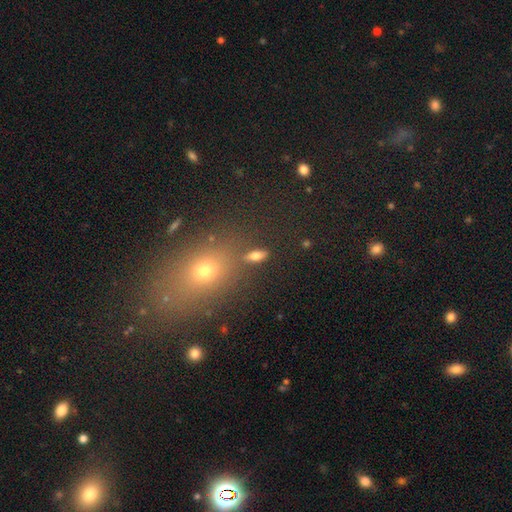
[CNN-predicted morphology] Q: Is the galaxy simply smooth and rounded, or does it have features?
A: smooth — 73%.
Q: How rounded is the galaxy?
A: in between — 72%.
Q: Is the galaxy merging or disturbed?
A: none — 81%.